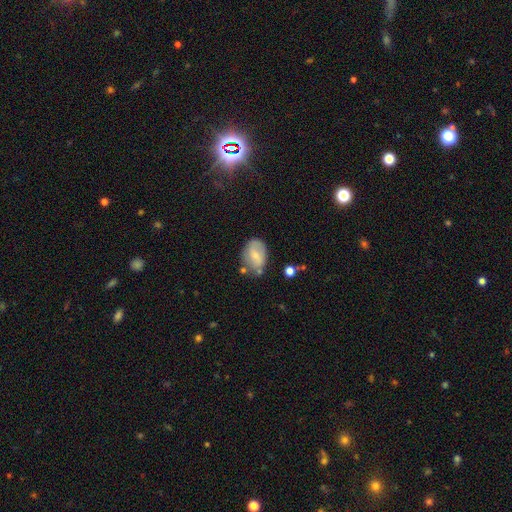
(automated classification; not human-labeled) A smooth galaxy with no disk features (60%) that is in between round and cigar-shaped (77%).

Vote fractions:
- Smooth or featured? smooth: 60% / featured or disk: 32% / star or artifact: 8%
- How rounded? in between: 77% / round: 21% / cigar-shaped: 2%
- Merging? none: 59% / minor disturbance: 25% / major disturbance: 8% / merger: 8%